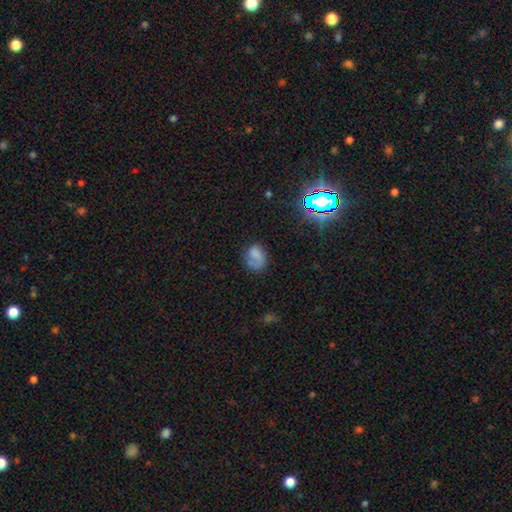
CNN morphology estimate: This is likely a smooth galaxy (61%). How rounded: possibly in between (59%). Merging: possibly none (46%).